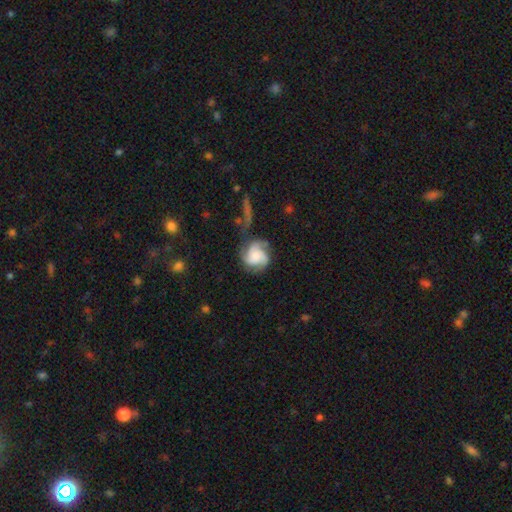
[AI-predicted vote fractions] smooth-or-featured: featured or disk: 76% | smooth: 17% | star or artifact: 7%
  disk-edge-on: no: 98% | yes: 2%
    bar: no: 71% | weak: 24% | strong: 5%
    has-spiral-arms: yes: 96% | no: 4%
      spiral-winding: medium: 46% | tight: 37% | loose: 18%
      spiral-arm-count: 3: 64% | 2: 11% | 4: 10% | can't tell: 8% | 1: 4% | more than 4: 4%
    bulge-size: moderate: 29% | large: 24% | small: 23% | none: 19% | dominant: 5%
  merging: none: 60% | minor disturbance: 19% | major disturbance: 16% | merger: 5%